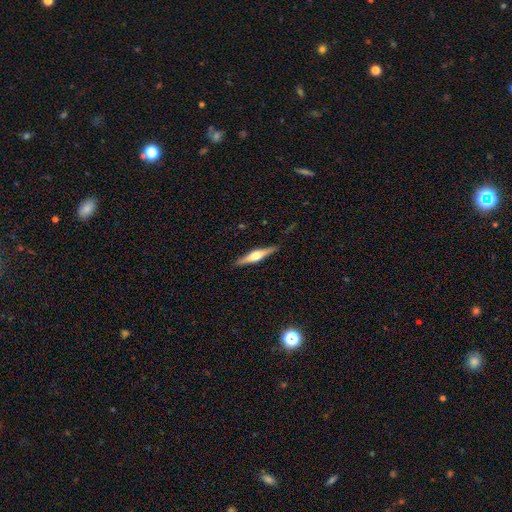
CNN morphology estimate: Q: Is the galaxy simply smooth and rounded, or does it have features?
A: featured or disk — 67%.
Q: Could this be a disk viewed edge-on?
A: yes — 97%.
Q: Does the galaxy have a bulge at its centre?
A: rounded — 92%.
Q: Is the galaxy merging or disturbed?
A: none — 89%.